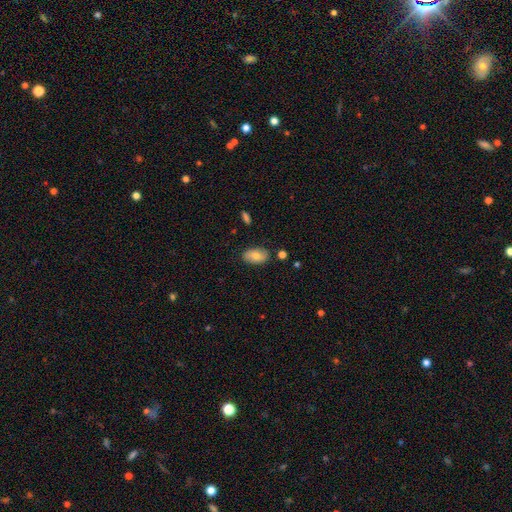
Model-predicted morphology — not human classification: Smooth or featured? Predicted: smooth (p=0.75). How rounded? Predicted: in between (p=0.93). Merging? Predicted: none (p=0.83).